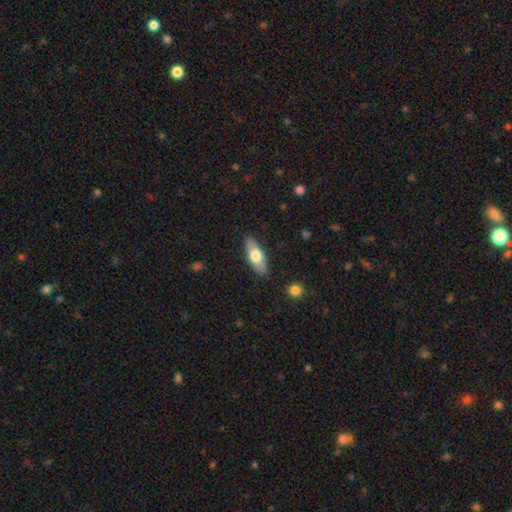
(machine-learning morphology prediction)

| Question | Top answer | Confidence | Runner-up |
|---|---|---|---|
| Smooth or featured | smooth | 64% | featured or disk (30%) |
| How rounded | in between | 73% | cigar-shaped (24%) |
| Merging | none | 88% | minor disturbance (9%) |